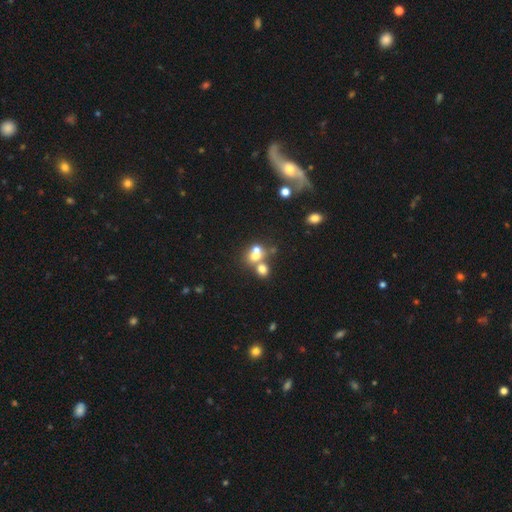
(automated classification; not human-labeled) This appears to be a smooth galaxy with no disk features (63%) that is round (66%). Merging: merger (57%).